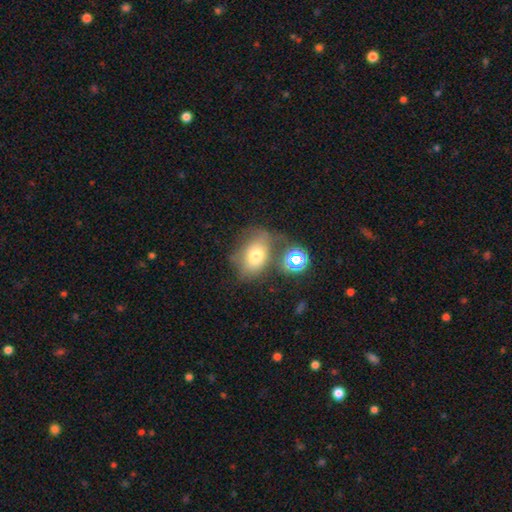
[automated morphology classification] smooth-or-featured: smooth: 66% | featured or disk: 19% | star or artifact: 15%
  how-rounded: in between: 72% | round: 27% | cigar-shaped: 2%
  merging: none: 46% | minor disturbance: 24% | major disturbance: 16% | merger: 14%